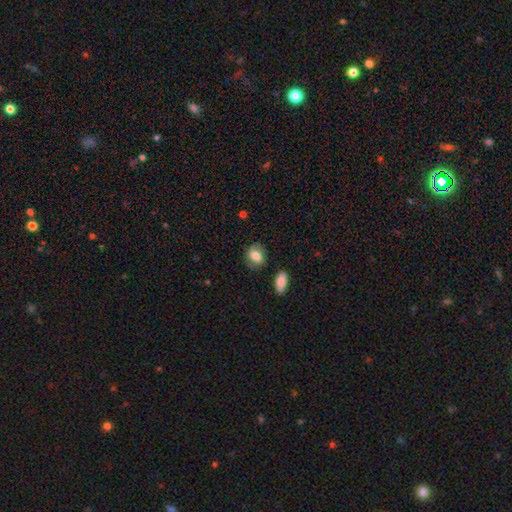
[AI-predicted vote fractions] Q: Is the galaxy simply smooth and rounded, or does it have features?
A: smooth — 67%.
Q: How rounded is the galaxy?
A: in between — 59%.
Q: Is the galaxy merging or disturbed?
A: none — 77%.